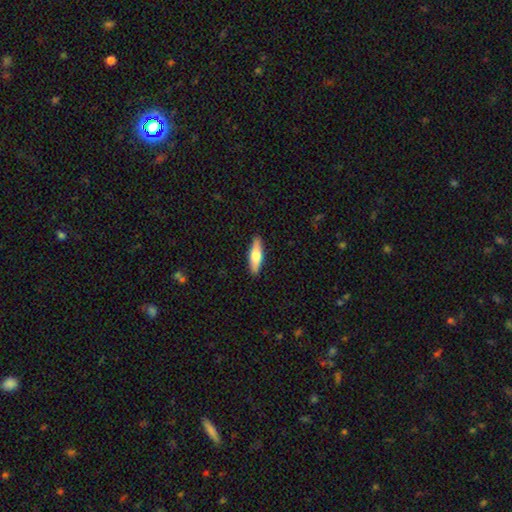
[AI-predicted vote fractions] This is likely a smooth galaxy (65%). How rounded: possibly cigar-shaped (57%). Merging: clearly none (89%).